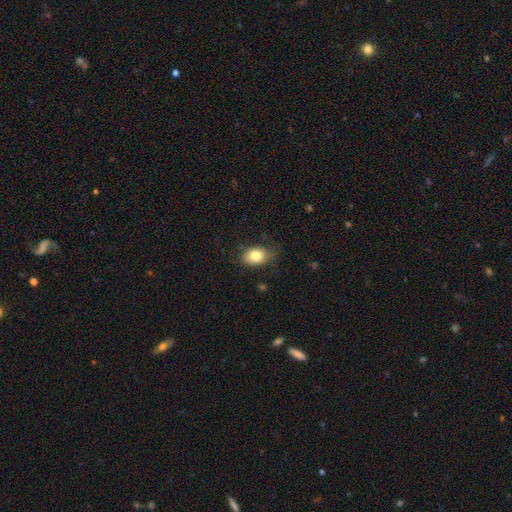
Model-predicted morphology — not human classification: Smooth or featured? smooth (81%)
How rounded? in between (79%)
Merging? none (71%)